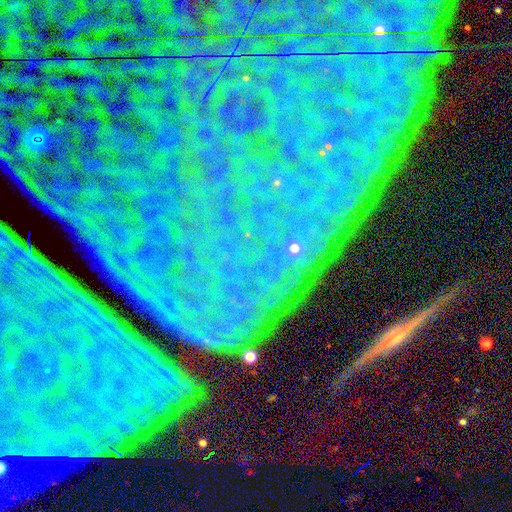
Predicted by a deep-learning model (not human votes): Smooth or featured?
  - star or artifact: 79% *
  - featured or disk: 13%
  - smooth: 8%